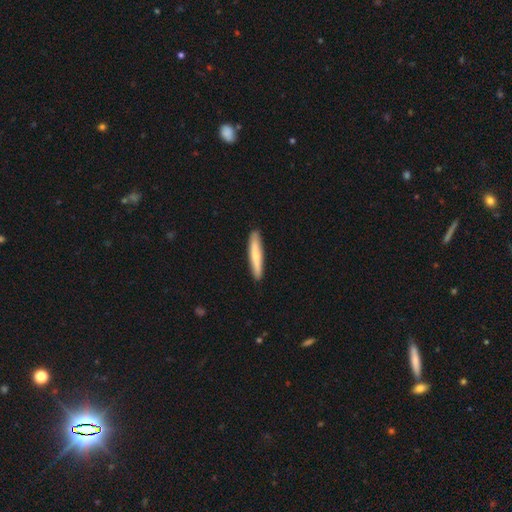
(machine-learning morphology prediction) Smooth or featured: smooth — 65% (featured or disk — 30%)
How rounded: cigar-shaped — 92% (in between — 6%)
Merging: none — 90% (minor disturbance — 7%)